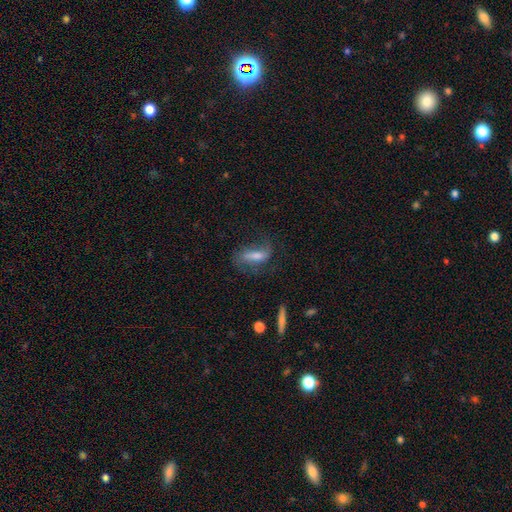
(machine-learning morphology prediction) smooth-or-featured: featured or disk: 50% | smooth: 39% | star or artifact: 11%
  merging: none: 56% | minor disturbance: 23% | major disturbance: 19% | merger: 2%